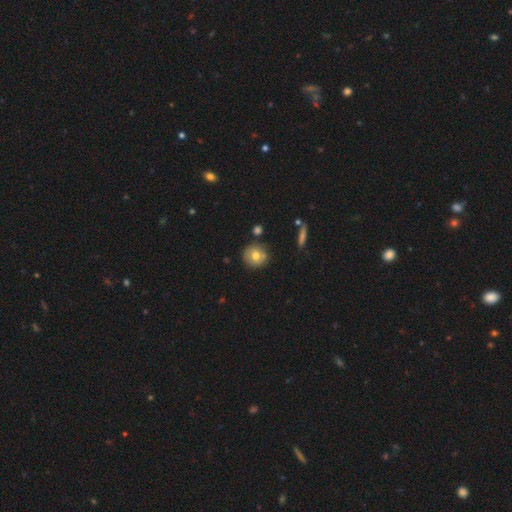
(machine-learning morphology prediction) The model was most divided on "smooth or featured": smooth: 69%, featured or disk: 21%, star or artifact: 10%. More confident: how rounded — round (91%); merging — none (79%).